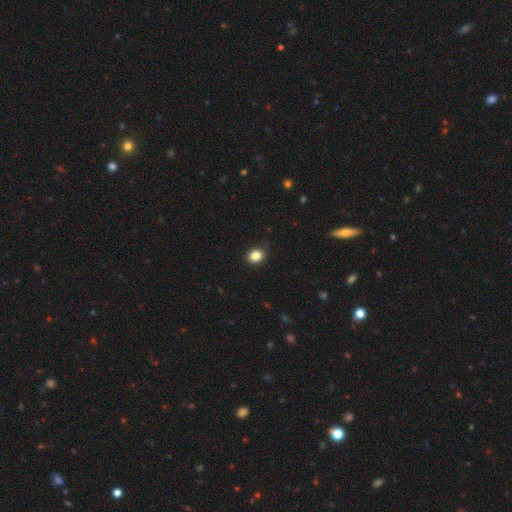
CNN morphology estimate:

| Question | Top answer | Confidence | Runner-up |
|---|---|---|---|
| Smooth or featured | smooth | 85% | star or artifact (11%) |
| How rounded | round | 65% | in between (34%) |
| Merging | none | 91% | minor disturbance (7%) |